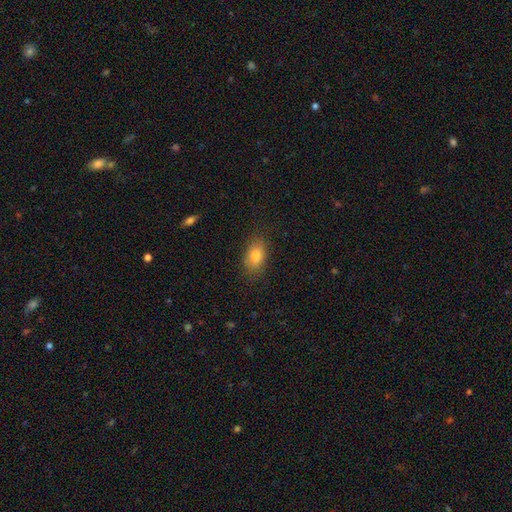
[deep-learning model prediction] smooth 81%, featured or disk 10%, star or artifact 9%. Down the decision tree: how rounded — in between (86%); merging — none (81%).